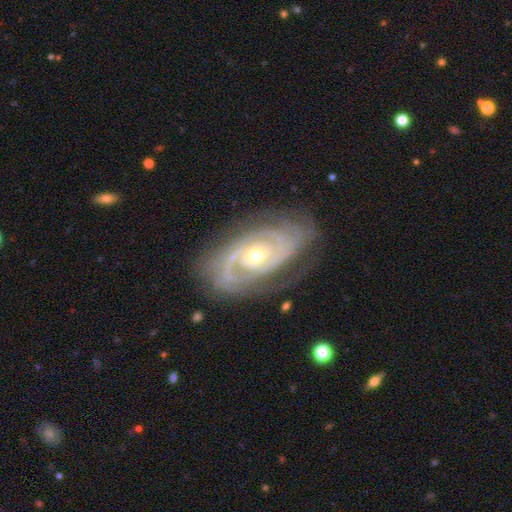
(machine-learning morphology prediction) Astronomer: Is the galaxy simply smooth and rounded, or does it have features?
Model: featured or disk — 90%.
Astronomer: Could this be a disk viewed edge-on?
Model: no — 96%.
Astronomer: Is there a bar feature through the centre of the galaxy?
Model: no — 68%.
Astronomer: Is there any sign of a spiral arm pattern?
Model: yes — 97%.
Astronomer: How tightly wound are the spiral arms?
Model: tight — 69%.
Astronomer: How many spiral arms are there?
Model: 2 — 46% (runner-up: 3, 22%).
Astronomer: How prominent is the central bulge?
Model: small — 50% (runner-up: moderate, 47%).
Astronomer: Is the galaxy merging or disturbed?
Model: none — 77%.